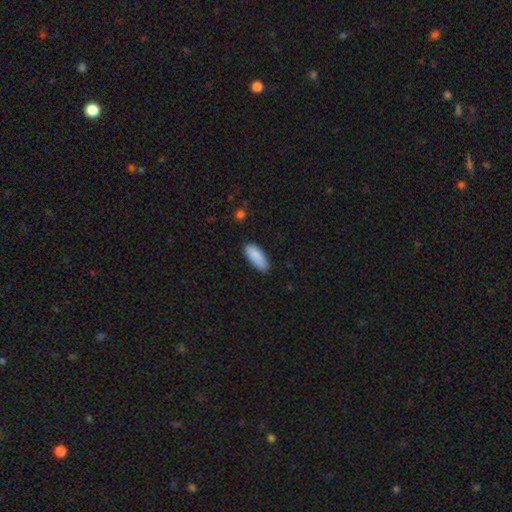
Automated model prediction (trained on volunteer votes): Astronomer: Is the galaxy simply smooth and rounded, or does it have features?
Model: smooth — 89%.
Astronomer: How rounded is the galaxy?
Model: in between — 80%.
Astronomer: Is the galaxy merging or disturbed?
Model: none — 81%.